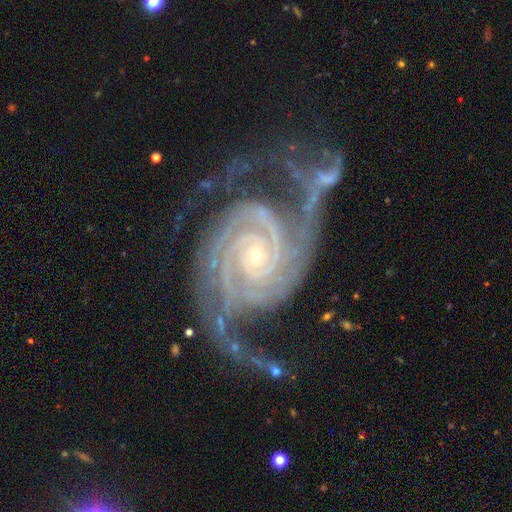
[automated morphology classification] Smooth or featured?
  - featured or disk: 94% *
  - star or artifact: 4%
  - smooth: 2%
Edge-on disk?
  - no: 98% *
  - yes: 2%
Bar?
  - no: 67% *
  - weak: 21%
  - strong: 12%
Spiral arms?
  - yes: 99% *
  - no: 1%
Spiral winding?
  - tight: 71% *
  - medium: 24%
  - loose: 5%
Spiral arm count?
  - 2: 61% *
  - 3: 15%
  - can't tell: 7%
  - 4: 7%
  - more than 4: 5%
  - 1: 5%
Bulge size?
  - small: 80% *
  - moderate: 16%
  - none: 2%
  - large: 1%
  - dominant: 1%
Merging?
  - none: 46% *
  - minor disturbance: 23%
  - major disturbance: 21%
  - merger: 10%